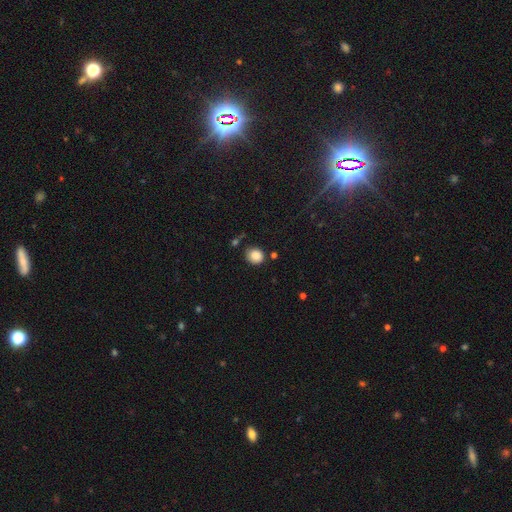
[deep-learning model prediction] Smooth or featured? Predicted: smooth (p=0.86). How rounded? Predicted: round (p=0.76). Merging? Predicted: none (p=0.81).